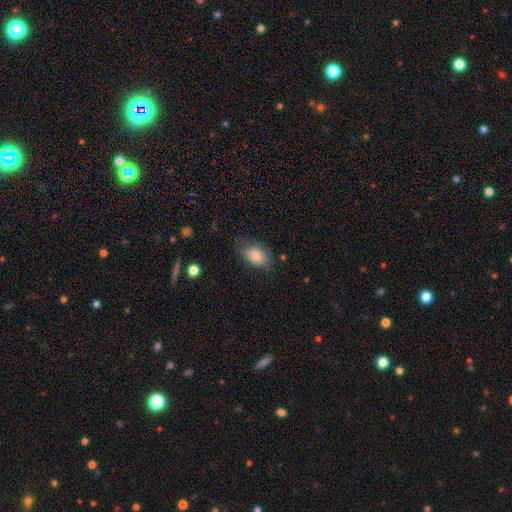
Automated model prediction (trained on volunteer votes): smooth-or-featured: smooth: 81% | featured or disk: 11% | star or artifact: 8%
  how-rounded: in between: 86% | round: 12% | cigar-shaped: 2%
  merging: none: 63% | minor disturbance: 26% | major disturbance: 9% | merger: 2%